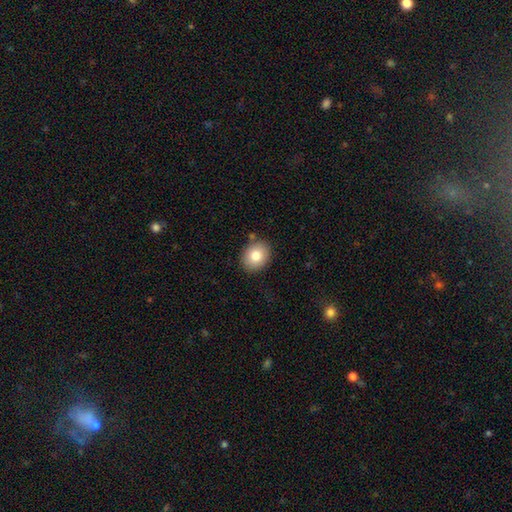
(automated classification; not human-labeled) smooth-or-featured: smooth: 81% | featured or disk: 10% | star or artifact: 9%
  how-rounded: round: 54% | in between: 45% | cigar-shaped: 1%
  merging: none: 85% | minor disturbance: 9% | merger: 3% | major disturbance: 2%